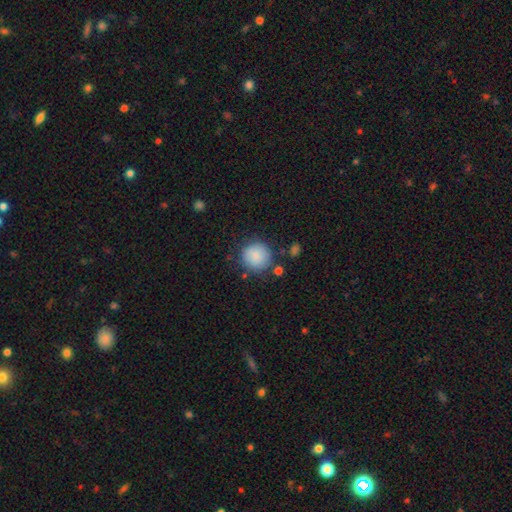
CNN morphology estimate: Smooth or featured: smooth — 87% (star or artifact — 8%)
How rounded: round — 92% (in between — 7%)
Merging: none — 79% (minor disturbance — 12%)